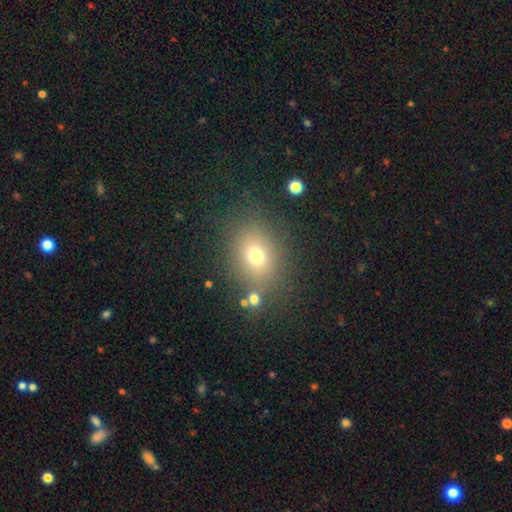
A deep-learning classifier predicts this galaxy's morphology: smooth-or-featured: smooth: 70% | star or artifact: 17% | featured or disk: 12%
  how-rounded: round: 51% | in between: 48% | cigar-shaped: 1%
  merging: none: 79% | minor disturbance: 11% | merger: 5% | major disturbance: 5%